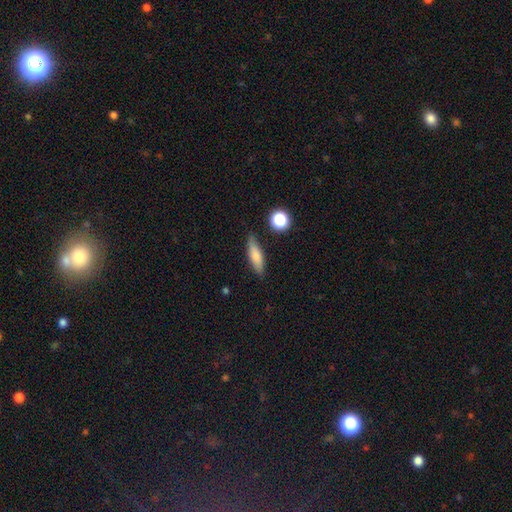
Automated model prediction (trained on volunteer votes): smooth-or-featured: smooth: 76% | featured or disk: 16% | star or artifact: 8%
  how-rounded: cigar-shaped: 49% | in between: 48% | round: 3%
  merging: none: 80% | minor disturbance: 14% | major disturbance: 3% | merger: 3%